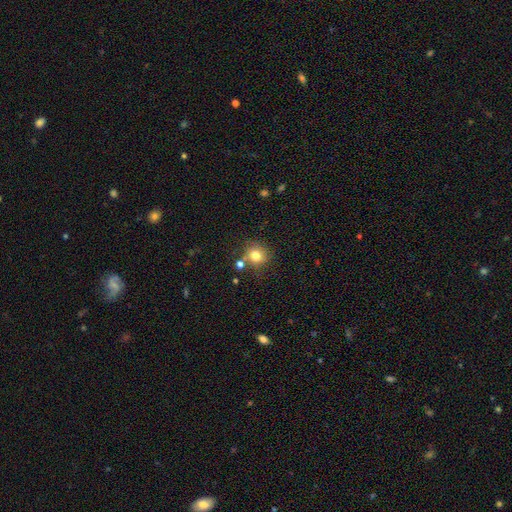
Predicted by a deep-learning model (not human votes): smooth_or_featured: smooth (p=0.79) [alt: star or artifact p=0.12]
how_rounded: round (p=0.87) [alt: in between p=0.12]
merging: none (p=0.71) [alt: merger p=0.13]